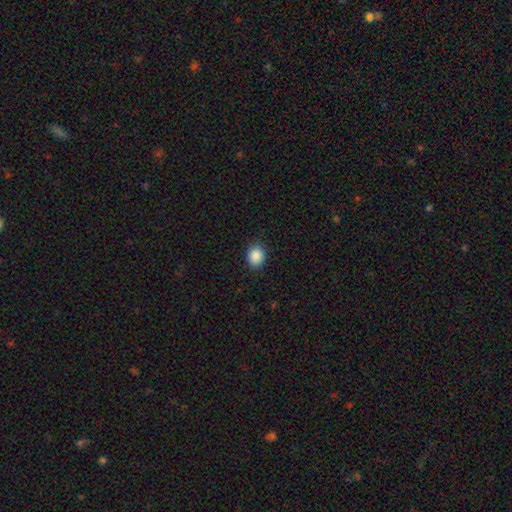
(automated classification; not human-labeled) Smooth or featured?
  - smooth: 89% *
  - star or artifact: 8%
  - featured or disk: 3%
How rounded?
  - round: 59% *
  - in between: 40%
  - cigar-shaped: 1%
Merging?
  - none: 88% *
  - minor disturbance: 8%
  - major disturbance: 2%
  - merger: 1%